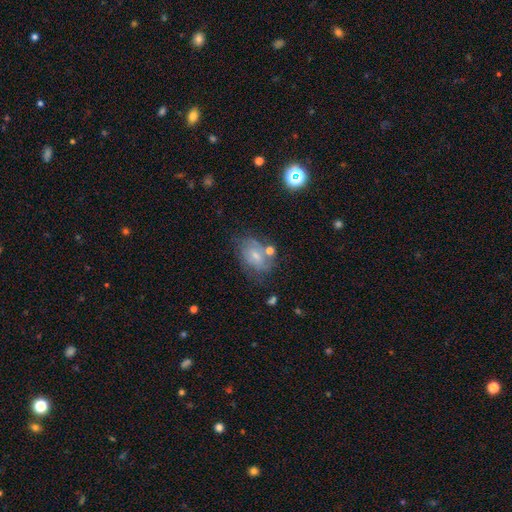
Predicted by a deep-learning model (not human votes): Smooth or featured: featured or disk — 48% (smooth — 42%)
Merging: none — 55% (minor disturbance — 23%)